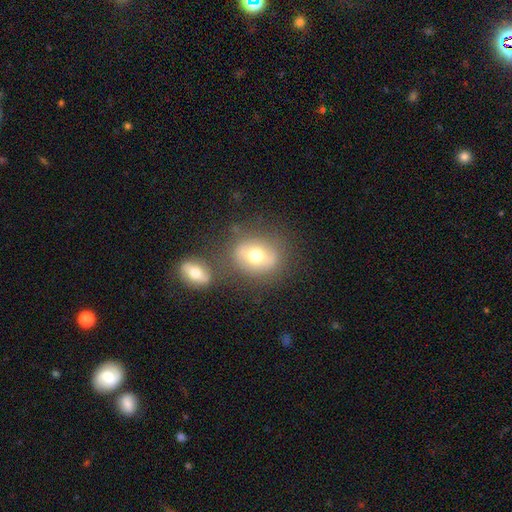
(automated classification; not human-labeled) Smooth or featured? Predicted: smooth (p=0.62). How rounded? Predicted: round (p=0.60). Merging? Predicted: none (p=0.61).